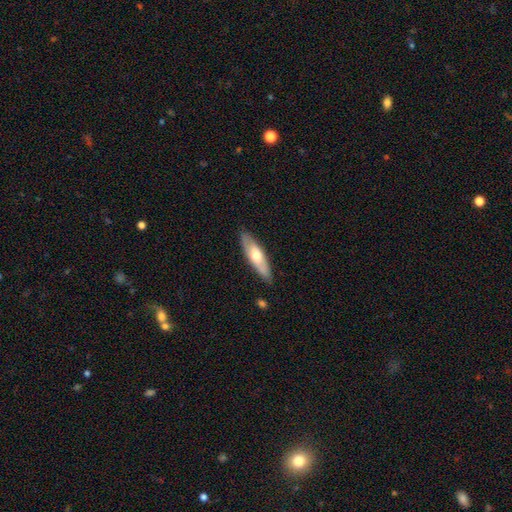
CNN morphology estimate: A smooth galaxy with no disk features (54%) that is cigar-shaped (57%).

Vote fractions:
- Smooth or featured? smooth: 54% / featured or disk: 40% / star or artifact: 5%
- How rounded? cigar-shaped: 57% / in between: 41% / round: 2%
- Merging? none: 85% / minor disturbance: 12% / major disturbance: 2% / merger: 1%